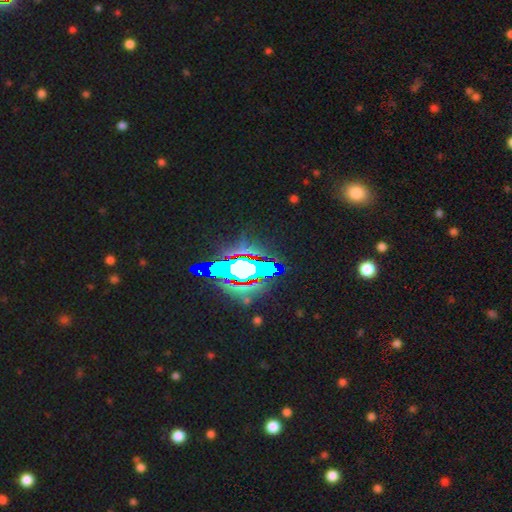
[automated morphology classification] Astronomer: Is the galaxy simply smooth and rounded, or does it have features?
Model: star or artifact — 76%.